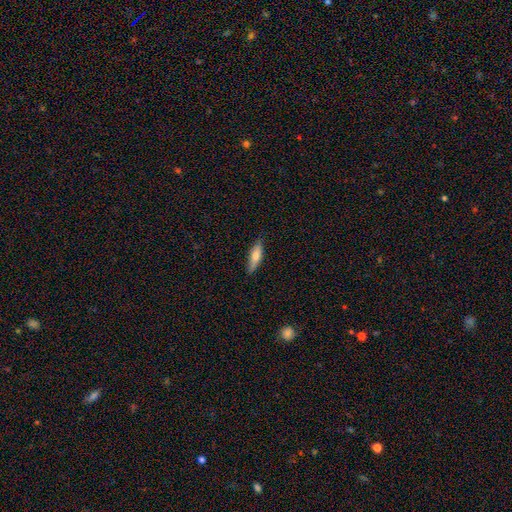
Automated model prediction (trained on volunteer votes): Smooth or featured? smooth (64%)
How rounded? cigar-shaped (58%)
Merging? none (82%)